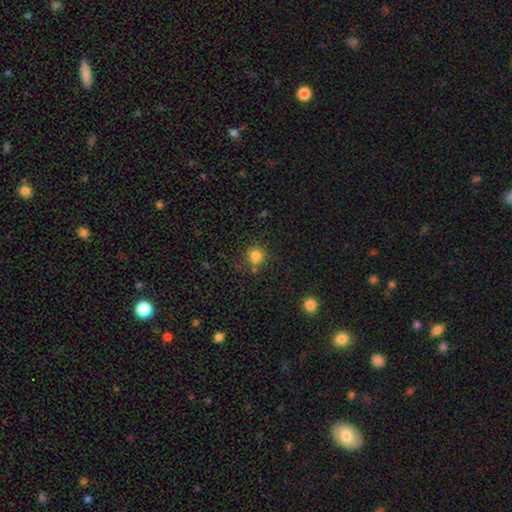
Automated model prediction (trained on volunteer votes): A smooth galaxy with no disk features (81%) that is round (91%). Merging: none (74%).